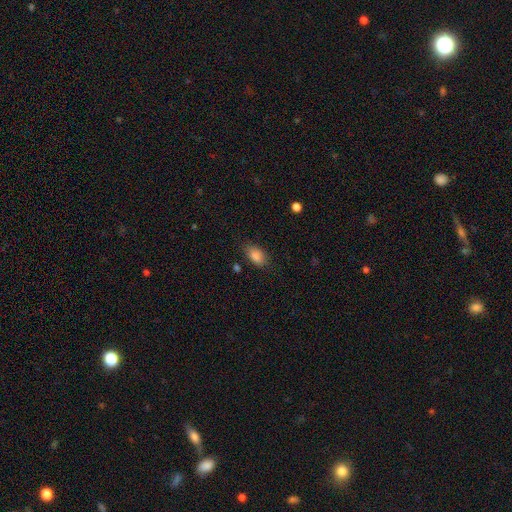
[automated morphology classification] smooth 86%, star or artifact 8%, featured or disk 6%. Down the decision tree: how rounded — in between (90%); merging — none (80%).